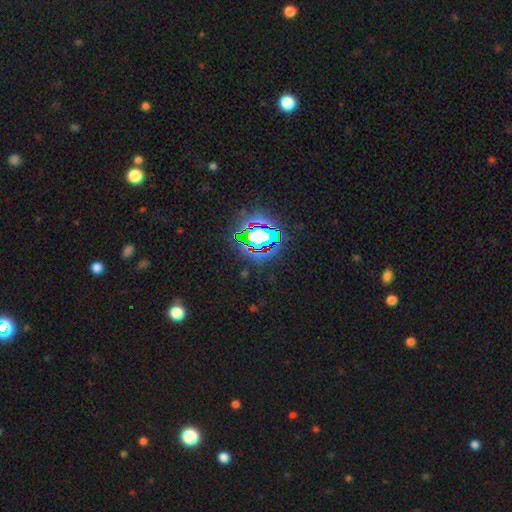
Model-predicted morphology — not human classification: Smooth or featured: star or artifact — 83% (smooth — 10%)